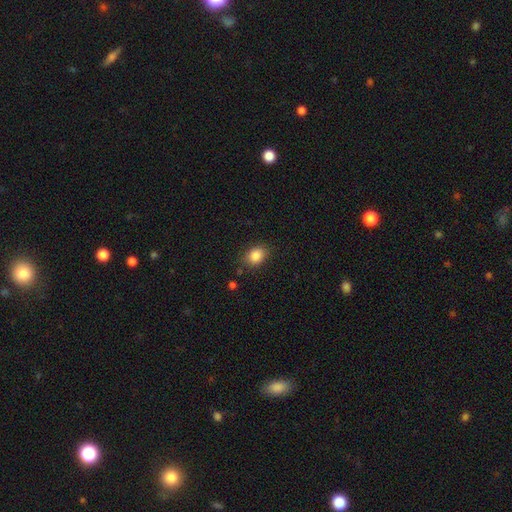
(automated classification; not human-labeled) This appears to be a smooth galaxy with no disk features (86%) that is in between round and cigar-shaped (61%). Merging: none (81%).